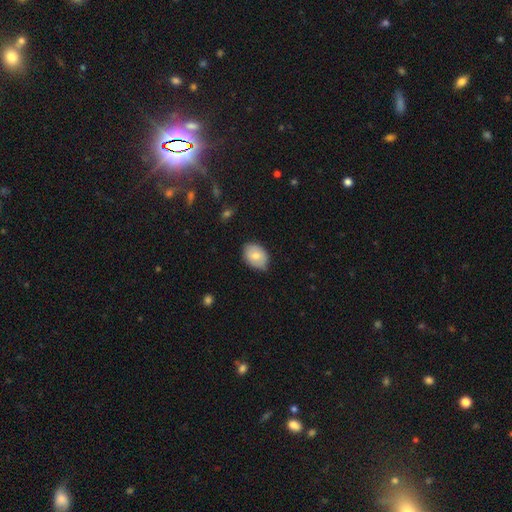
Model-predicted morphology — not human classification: A smooth galaxy with no disk features (75%) that is in between round and cigar-shaped (78%).

Vote fractions:
- Smooth or featured? smooth: 75% / featured or disk: 18% / star or artifact: 7%
- How rounded? in between: 78% / round: 21% / cigar-shaped: 1%
- Merging? none: 74% / minor disturbance: 22% / major disturbance: 3% / merger: 1%